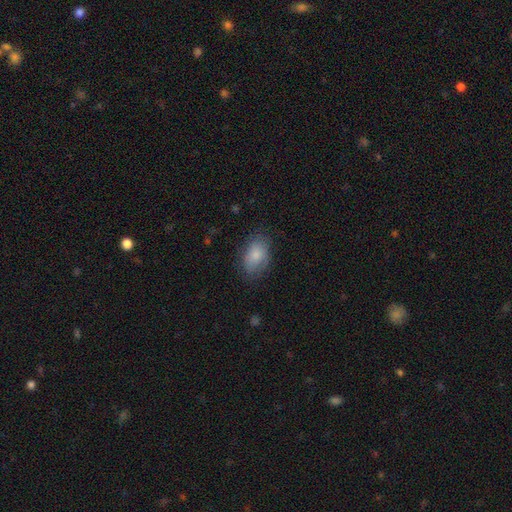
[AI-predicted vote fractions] A smooth galaxy with no disk features (80%) that is in between round and cigar-shaped (87%). Merging: none (71%).